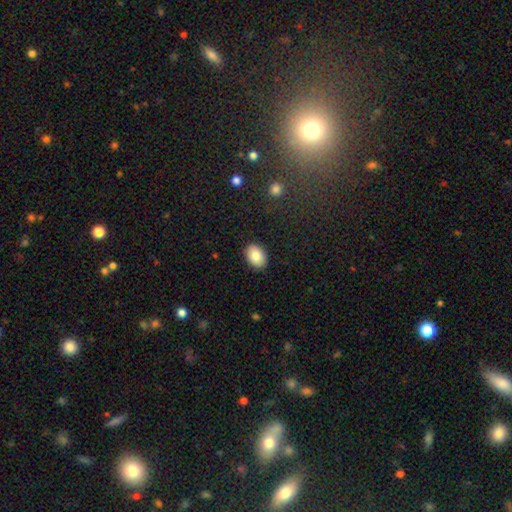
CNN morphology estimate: A smooth galaxy with no disk features (84%) that is in between round and cigar-shaped (83%).

Vote fractions:
- Smooth or featured? smooth: 84% / featured or disk: 9% / star or artifact: 7%
- How rounded? in between: 83% / round: 16% / cigar-shaped: 1%
- Merging? none: 89% / minor disturbance: 8% / major disturbance: 2% / merger: 1%